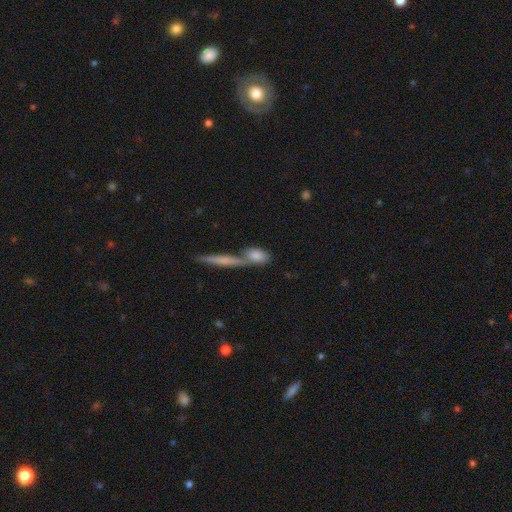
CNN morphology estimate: This is likely a smooth galaxy (76%). How rounded: likely in between (71%). Merging: marginally merger (44%).